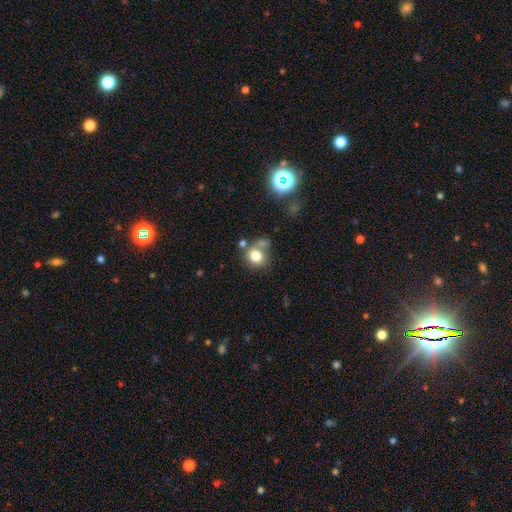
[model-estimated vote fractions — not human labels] The model was most divided on "merging": none: 51%, merger: 22%, minor disturbance: 17%, major disturbance: 10%. More confident: smooth or featured — smooth (78%); how rounded — round (70%).